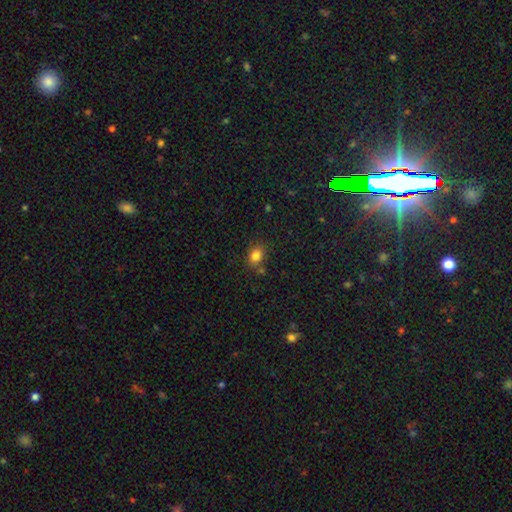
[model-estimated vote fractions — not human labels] smooth 82%, star or artifact 11%, featured or disk 6%. Down the decision tree: how rounded — in between (54%); merging — none (72%).